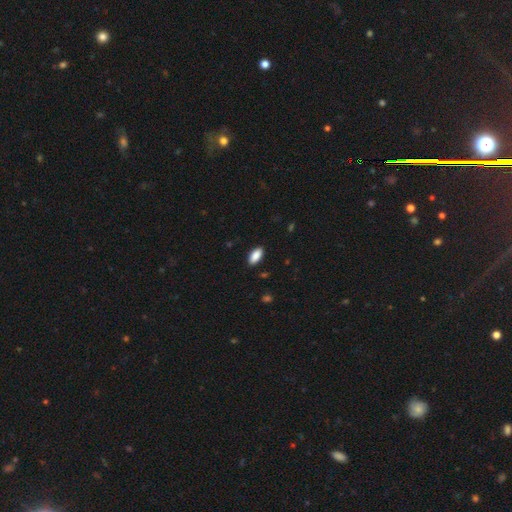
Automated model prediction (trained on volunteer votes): smooth 89%, star or artifact 7%, featured or disk 4%. Down the decision tree: how rounded — in between (90%); merging — none (88%).